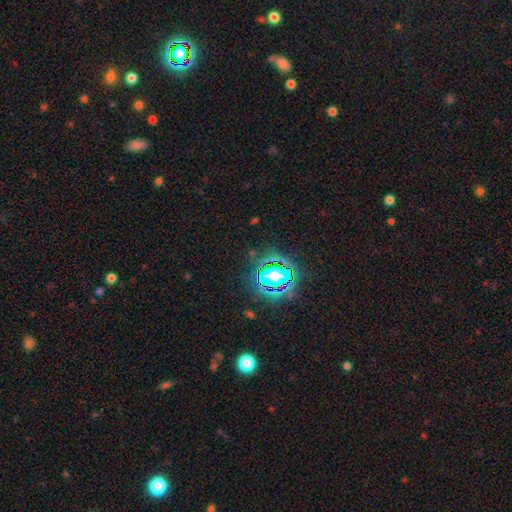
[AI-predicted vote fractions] A star or artifact, not a galaxy (76%).

Vote fractions:
- Smooth or featured? star or artifact: 76% / smooth: 15% / featured or disk: 9%